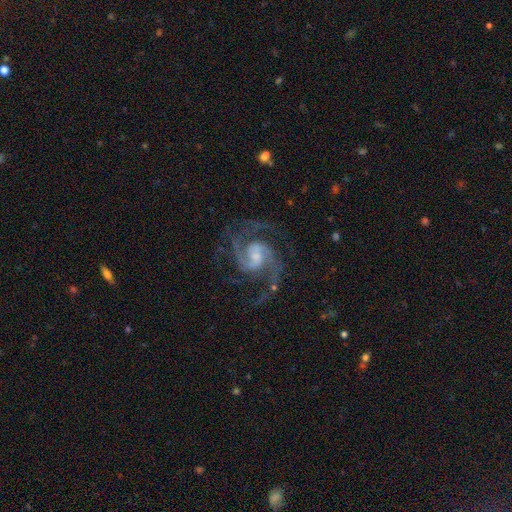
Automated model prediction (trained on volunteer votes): featured or disk 93%, star or artifact 4%, smooth 2%. Down the decision tree: edge-on disk — no (98%); bar — weak (48%); spiral arms — yes (99%); spiral arm count — 2 (77%); spiral winding — medium (63%); bulge size — small (50%); merging — none (74%).